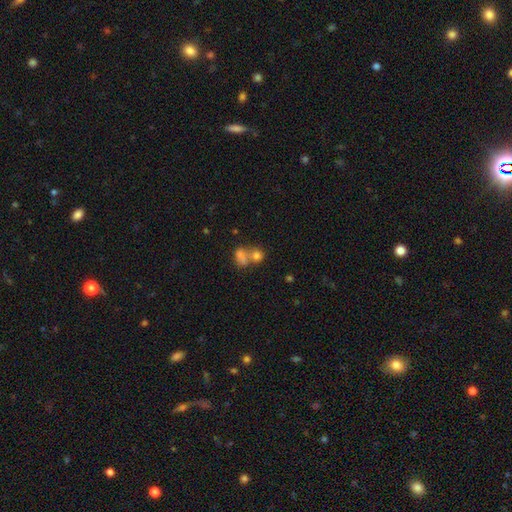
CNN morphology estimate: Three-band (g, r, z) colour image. It shows a smooth galaxy with no disk features (72%) that is round (65%). Merging: merger (59%).